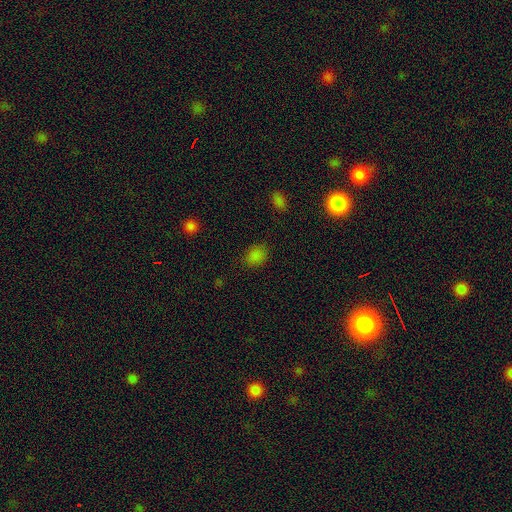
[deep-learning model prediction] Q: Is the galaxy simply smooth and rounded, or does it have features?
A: smooth — 81%.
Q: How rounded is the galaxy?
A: in between — 52%.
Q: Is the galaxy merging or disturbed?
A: none — 83%.